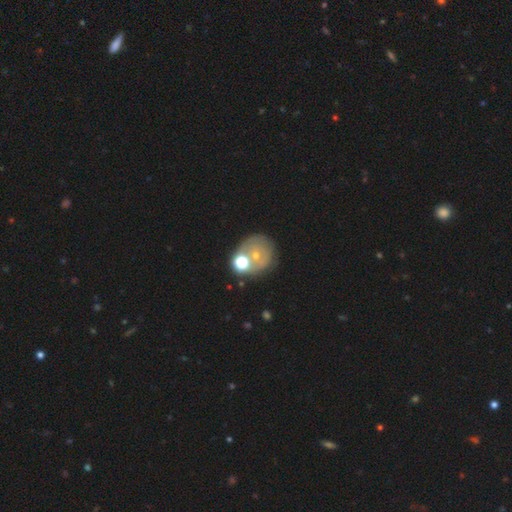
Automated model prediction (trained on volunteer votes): smooth 46%, featured or disk 38%, star or artifact 16%. Down the decision tree: merging — none (52%).